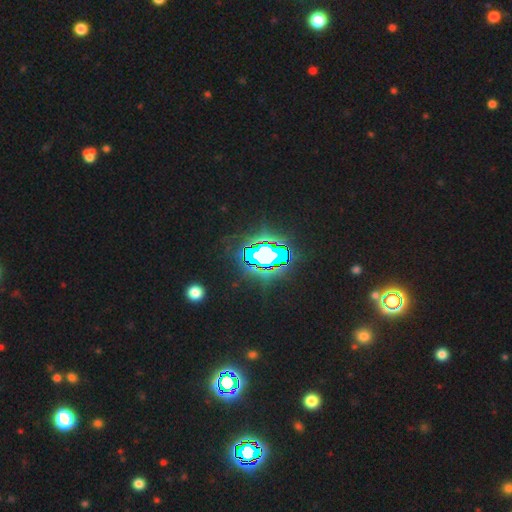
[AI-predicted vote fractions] Morphology: type=star or artifact (79%).